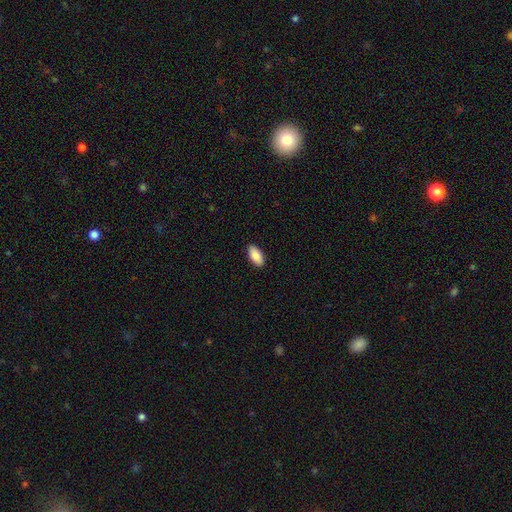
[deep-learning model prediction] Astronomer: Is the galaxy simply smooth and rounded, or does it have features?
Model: smooth — 88%.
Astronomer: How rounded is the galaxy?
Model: in between — 93%.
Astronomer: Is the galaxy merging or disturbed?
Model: none — 90%.